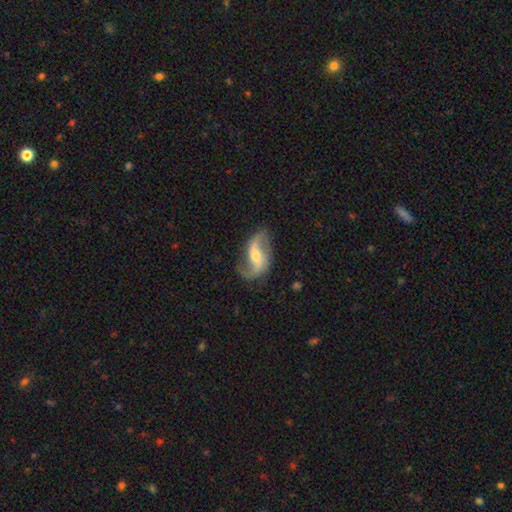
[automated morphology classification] featured or disk 86%, smooth 9%, star or artifact 5%. Down the decision tree: edge-on disk — no (96%); bar — weak (41%); spiral arms — yes (95%); spiral arm count — 2 (91%); spiral winding — loose (74%); bulge size — moderate (57%); merging — none (74%).